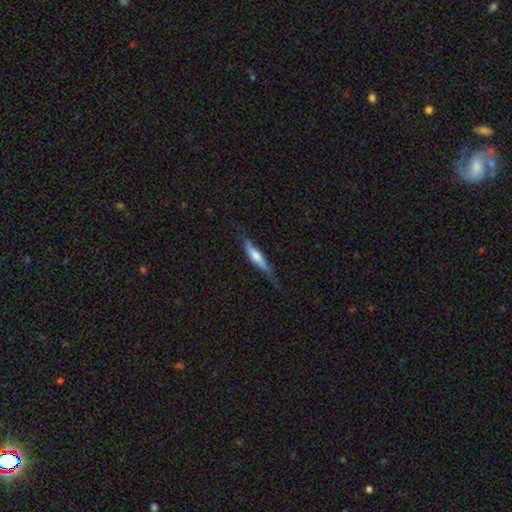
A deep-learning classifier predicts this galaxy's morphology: The model was most divided on "smooth or featured": featured or disk: 48%, smooth: 46%, star or artifact: 6%. More confident: merging — none (66%).